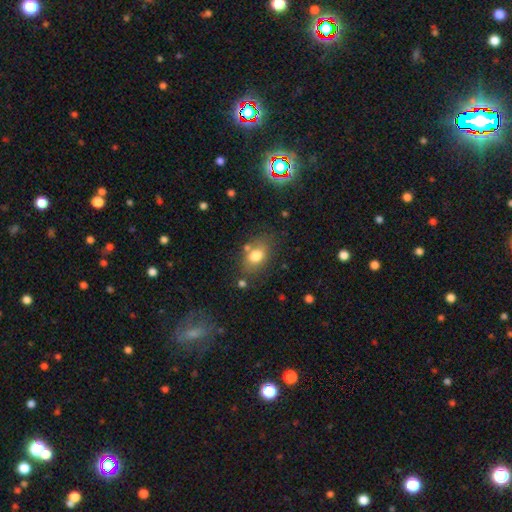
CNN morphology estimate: type=smooth (76%); roundness=in between (76%); merging=none (69%).